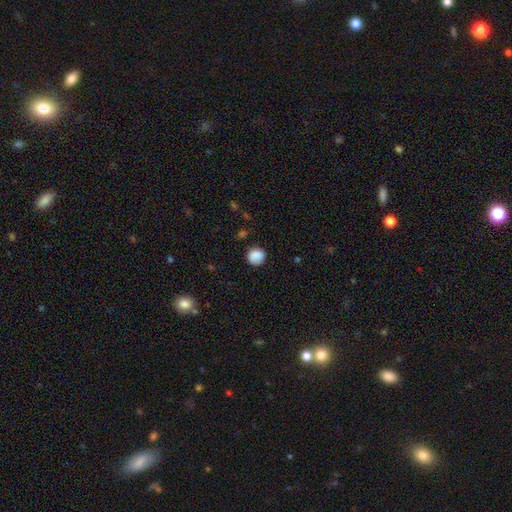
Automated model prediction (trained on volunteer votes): A smooth galaxy with no disk features (86%) that is round (86%). Merging: none (79%).